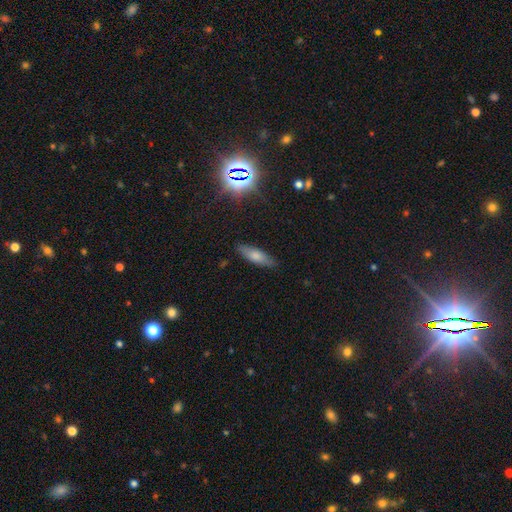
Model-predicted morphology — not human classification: A smooth galaxy with no disk features (72%) that is in between round and cigar-shaped (53%). Merging: none (84%).